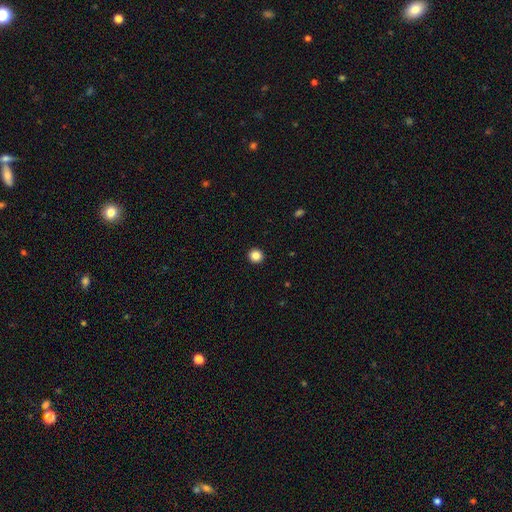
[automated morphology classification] Smooth or featured: smooth — 86% (star or artifact — 11%)
How rounded: round — 94% (in between — 5%)
Merging: none — 94% (minor disturbance — 4%)